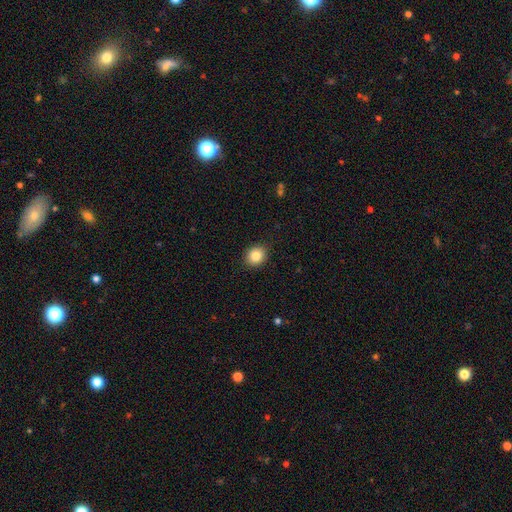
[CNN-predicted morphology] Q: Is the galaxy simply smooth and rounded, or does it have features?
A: smooth — 85%.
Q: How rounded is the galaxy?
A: round — 66%.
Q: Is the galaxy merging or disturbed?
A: none — 90%.